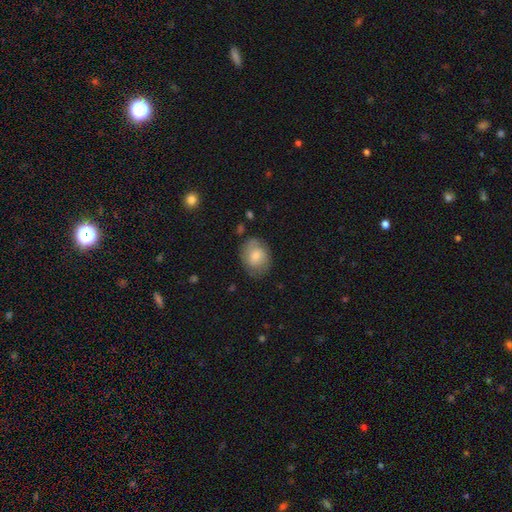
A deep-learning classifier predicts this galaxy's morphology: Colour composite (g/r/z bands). It shows a smooth galaxy with no disk features (64%) that is in between round and cigar-shaped (51%). Merging: none (71%).